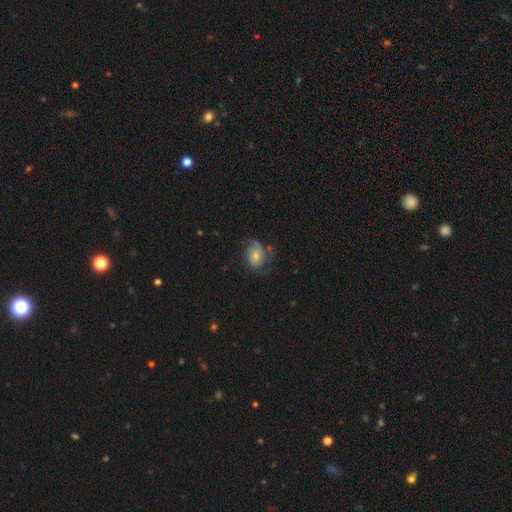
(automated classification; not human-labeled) Smooth or featured: smooth — 50% (featured or disk — 41%)
Merging: none — 51% (minor disturbance — 27%)